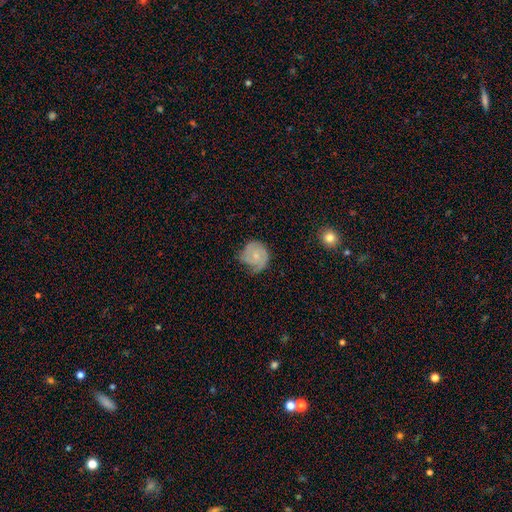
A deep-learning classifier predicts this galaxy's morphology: A featured or disk galaxy (56%) with no bar (78%), spiral arms (85%) and a small central bulge (65%). Merging: none (52%).